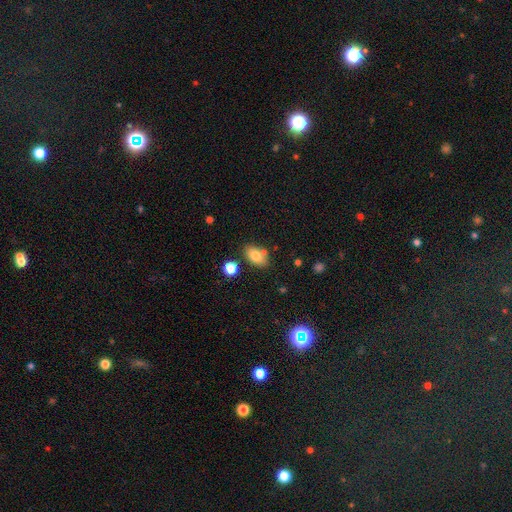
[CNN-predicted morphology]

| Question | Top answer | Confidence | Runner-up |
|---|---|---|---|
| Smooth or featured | smooth | 79% | featured or disk (12%) |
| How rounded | in between | 88% | round (10%) |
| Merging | none | 73% | minor disturbance (13%) |